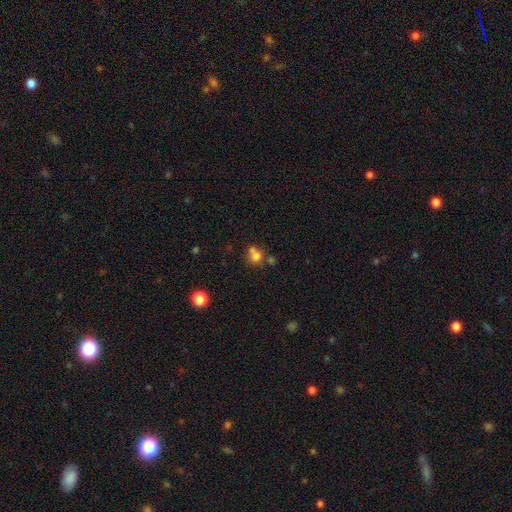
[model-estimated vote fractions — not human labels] Smooth or featured: smooth — 72% (star or artifact — 14%)
How rounded: round — 76% (in between — 23%)
Merging: merger — 43% (none — 42%)